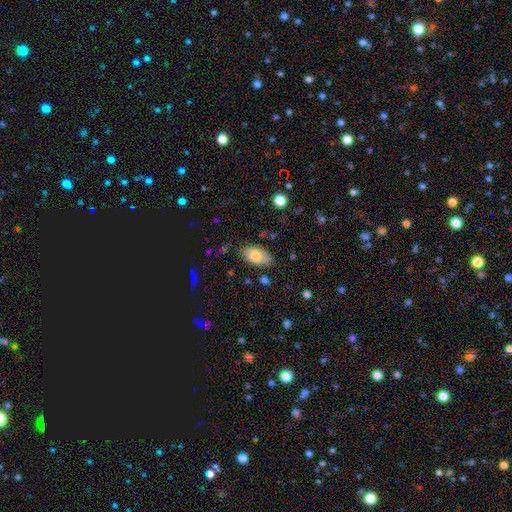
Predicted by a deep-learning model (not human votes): smooth_or_featured: smooth (p=0.78) [alt: featured or disk p=0.15]
how_rounded: in between (p=0.94) [alt: round p=0.05]
merging: none (p=0.69) [alt: minor disturbance p=0.24]